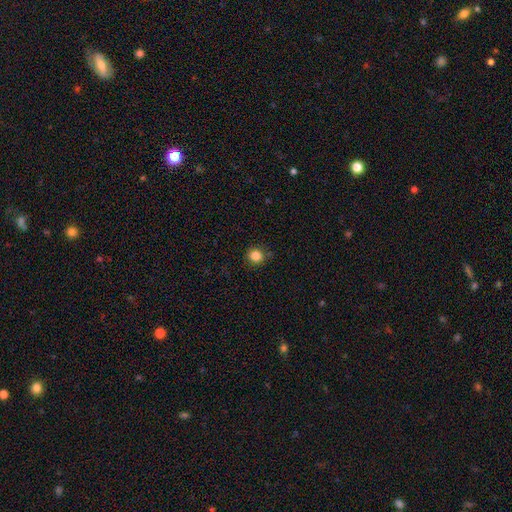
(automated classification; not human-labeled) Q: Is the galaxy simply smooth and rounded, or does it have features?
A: smooth — 84%.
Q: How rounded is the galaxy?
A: round — 90%.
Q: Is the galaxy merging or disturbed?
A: none — 87%.